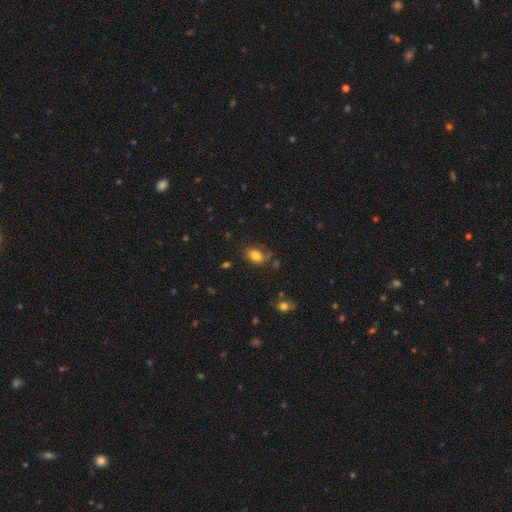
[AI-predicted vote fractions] Smooth or featured? smooth (79%)
How rounded? in between (82%)
Merging? none (63%)